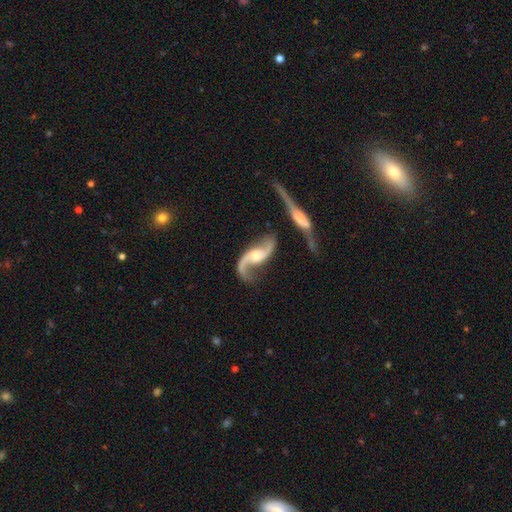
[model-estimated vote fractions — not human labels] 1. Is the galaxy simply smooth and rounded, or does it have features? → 91% featured or disk, 5% smooth, 4% star or artifact.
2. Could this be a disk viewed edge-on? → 96% no, 4% yes.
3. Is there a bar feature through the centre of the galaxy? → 53% no, 36% weak, 11% strong.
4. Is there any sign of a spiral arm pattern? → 97% yes, 3% no.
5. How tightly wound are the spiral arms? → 80% loose, 16% medium, 4% tight.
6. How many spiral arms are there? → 93% 2, 3% 1, 2% can't tell, 1% 3, 1% 4, 1% more than 4.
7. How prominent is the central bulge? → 53% moderate, 35% small, 6% large, 5% none, 1% dominant.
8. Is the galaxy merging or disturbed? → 57% none, 17% merger, 16% minor disturbance, 11% major disturbance.